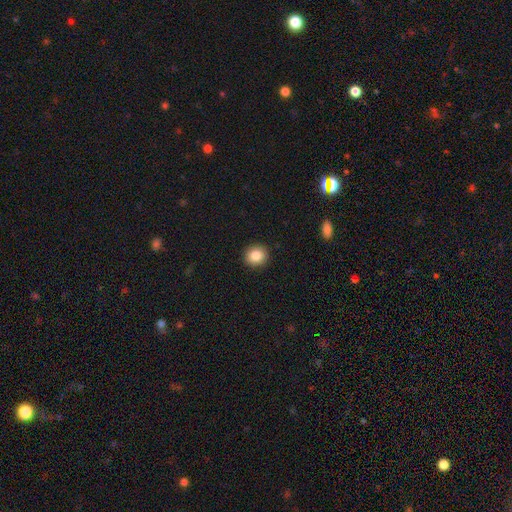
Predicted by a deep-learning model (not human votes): Overall: smooth (86%). How rounded: round (83%). Merging: none (91%).